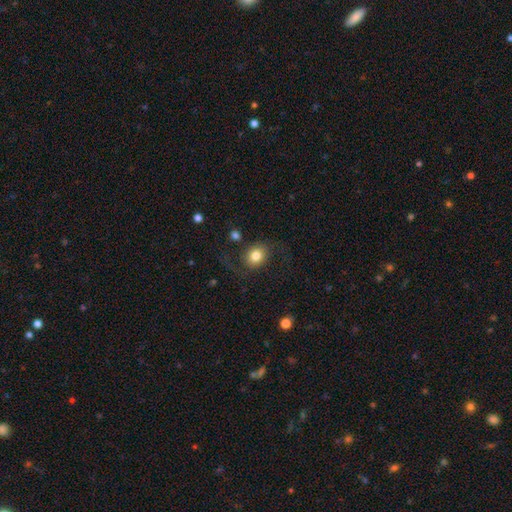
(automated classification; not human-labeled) Smooth or featured? Predicted: smooth (p=0.73). How rounded? Predicted: round (p=0.66). Merging? Predicted: none (p=0.66).